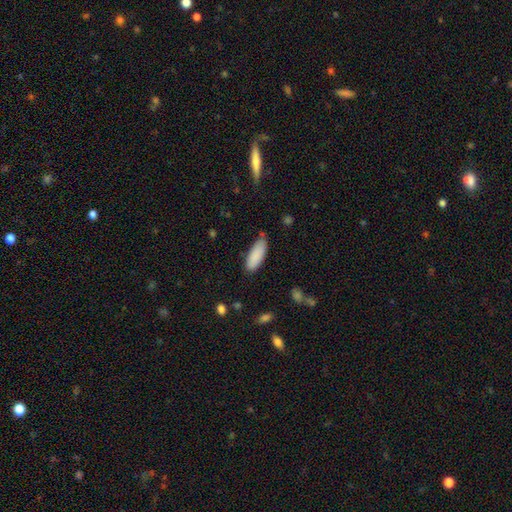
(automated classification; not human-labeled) Q: Smooth or featured?
A: smooth (89%); runner-up: star or artifact (6%)
Q: How rounded?
A: in between (68%); runner-up: cigar-shaped (30%)
Q: Merging?
A: none (74%); runner-up: minor disturbance (20%)